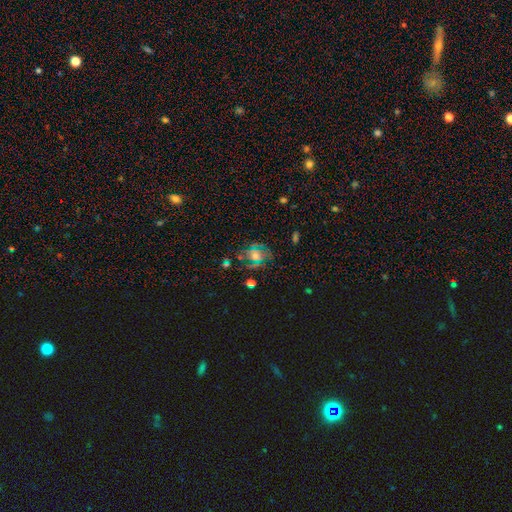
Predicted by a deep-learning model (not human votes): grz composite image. It shows a featured or disk galaxy (41%). Merging: none (61%).